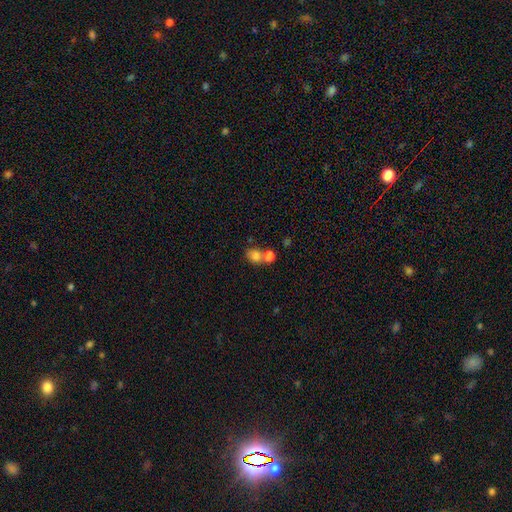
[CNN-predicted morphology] Q: Smooth or featured?
A: smooth (80%); runner-up: star or artifact (11%)
Q: How rounded?
A: round (64%); runner-up: in between (35%)
Q: Merging?
A: merger (44%); runner-up: none (43%)